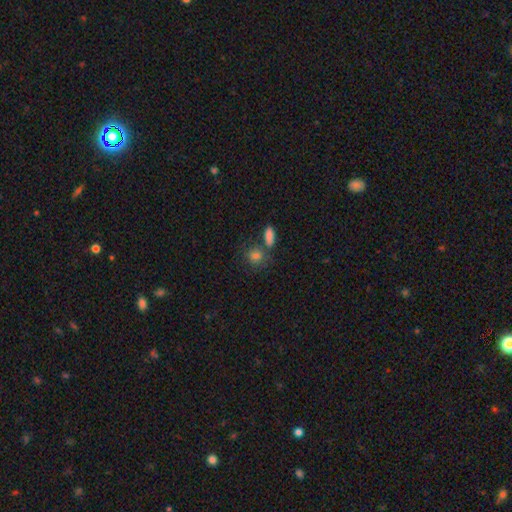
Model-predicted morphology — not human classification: This is likely a smooth galaxy (79%). How rounded: possibly in between (49%). Merging: possibly none (54%).